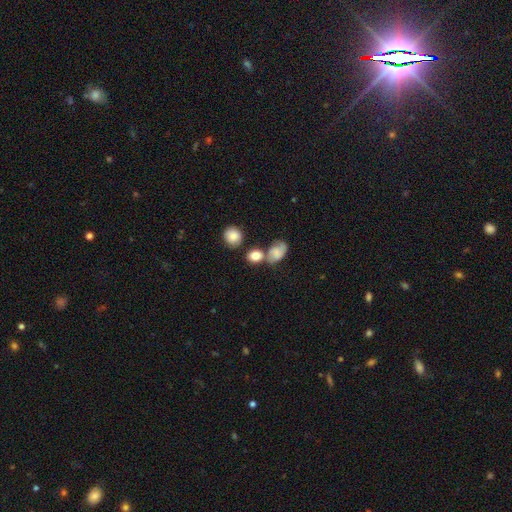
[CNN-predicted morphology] This appears to be a smooth galaxy with no disk features (78%) that is in between round and cigar-shaped (51%). Merging: none (48%).